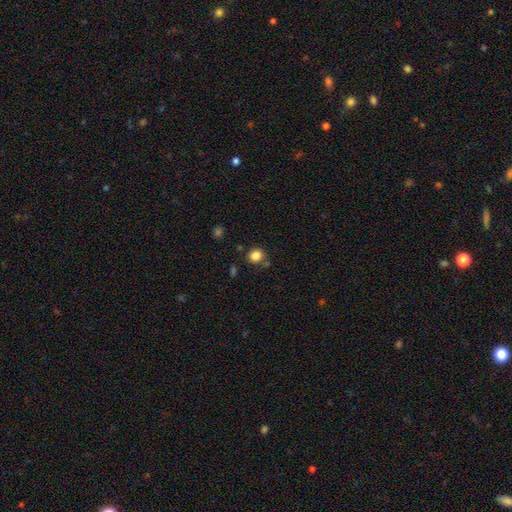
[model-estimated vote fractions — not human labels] smooth 85%, star or artifact 11%, featured or disk 4%. Down the decision tree: how rounded — round (75%); merging — none (78%).